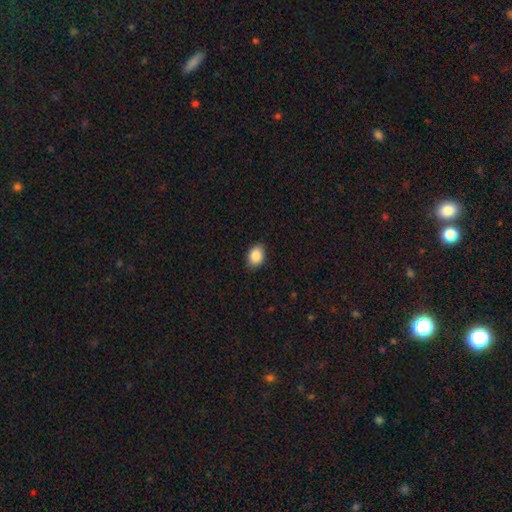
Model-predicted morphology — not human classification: type=smooth (88%); roundness=in between (68%); merging=none (86%).